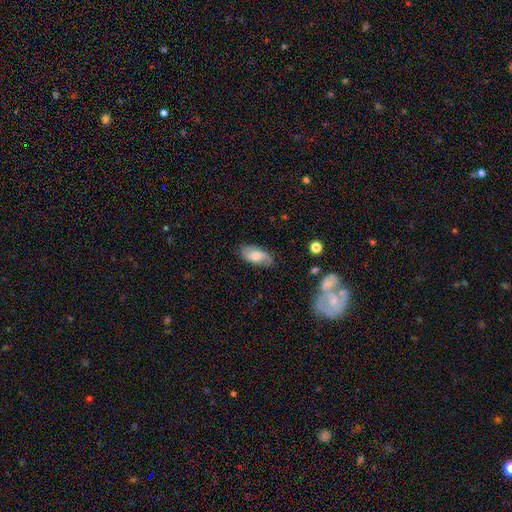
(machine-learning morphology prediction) The model was most divided on "smooth or featured": smooth: 64%, featured or disk: 29%, star or artifact: 7%. More confident: how rounded — in between (89%); merging — none (77%).